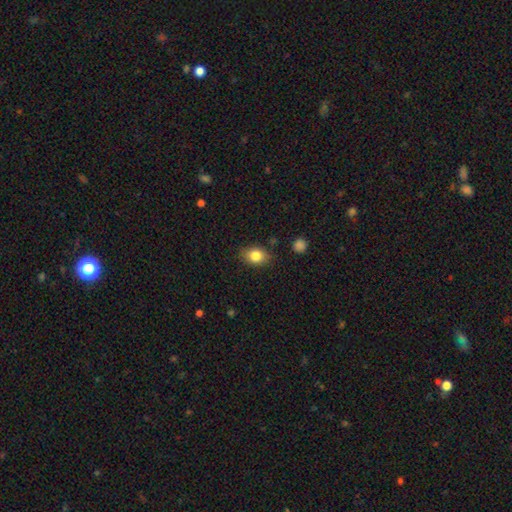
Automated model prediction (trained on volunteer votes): Smooth or featured? smooth (83%)
How rounded? in between (69%)
Merging? none (82%)